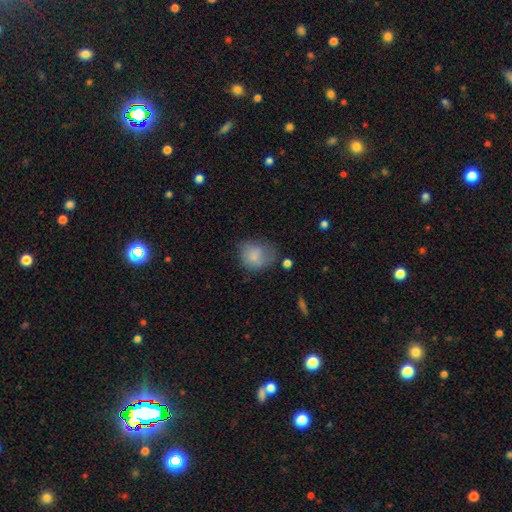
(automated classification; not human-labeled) Smooth or featured?
  - smooth: 80% *
  - featured or disk: 11%
  - star or artifact: 9%
How rounded?
  - round: 64% *
  - in between: 35%
  - cigar-shaped: 1%
Merging?
  - none: 54% *
  - minor disturbance: 29%
  - major disturbance: 13%
  - merger: 4%